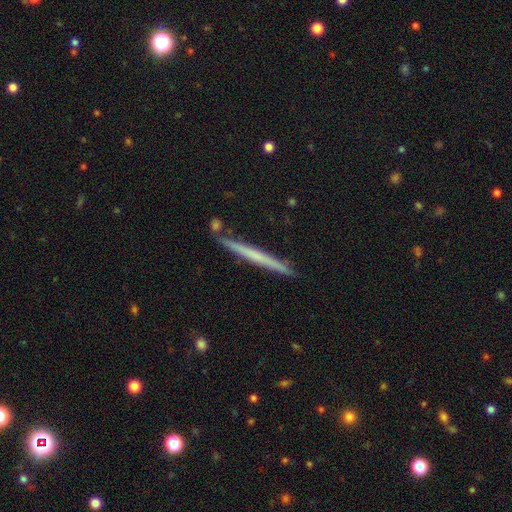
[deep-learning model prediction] This is possibly a featured or disk galaxy (53%). It is clearly viewed edge-on (97%). Edge-on bulge: clearly none (81%). Merging: clearly none (88%).